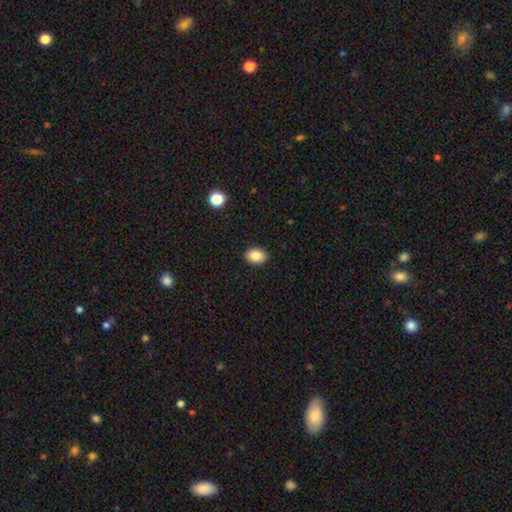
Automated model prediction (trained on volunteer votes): This appears to be a smooth galaxy with no disk features (86%) that is in between round and cigar-shaped (81%). Merging: none (90%).